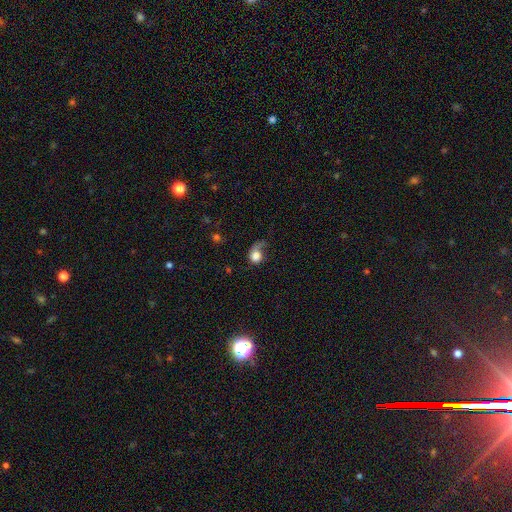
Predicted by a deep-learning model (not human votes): Smooth or featured?
  - smooth: 70% *
  - featured or disk: 21%
  - star or artifact: 9%
How rounded?
  - round: 63% *
  - in between: 35%
  - cigar-shaped: 1%
Merging?
  - major disturbance: 45% *
  - none: 26%
  - minor disturbance: 25%
  - merger: 5%